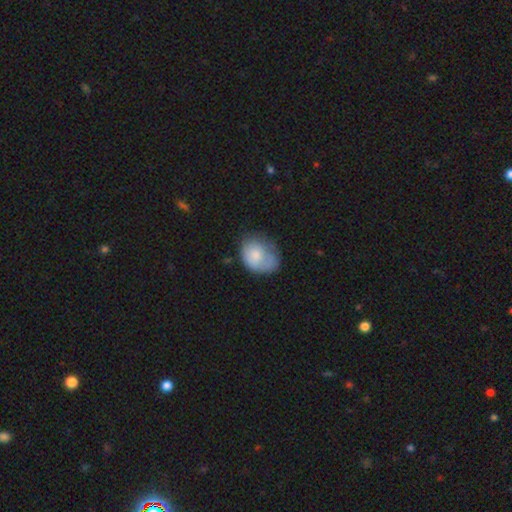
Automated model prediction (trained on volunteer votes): Morphology: type=smooth (72%); roundness=in between (59%); merging=none (43%).